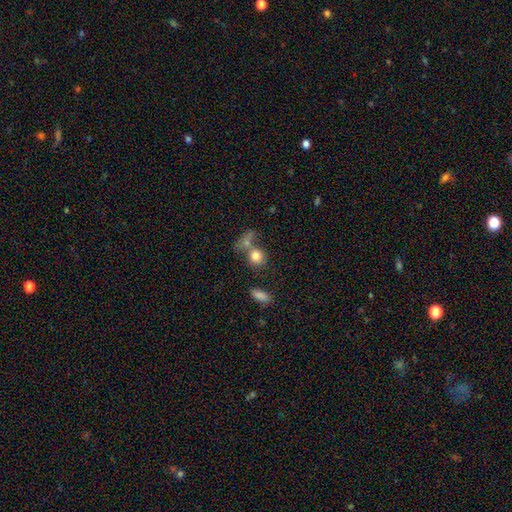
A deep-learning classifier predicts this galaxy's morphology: smooth 79%, featured or disk 11%, star or artifact 10%. Down the decision tree: how rounded — round (70%); merging — none (42%).